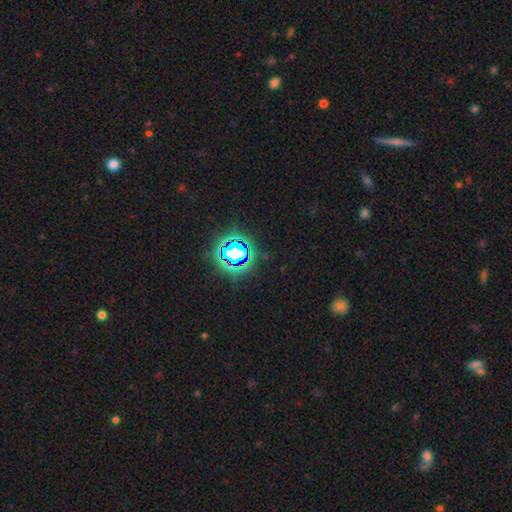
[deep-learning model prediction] The model was most divided on "smooth or featured": star or artifact: 79%, smooth: 14%, featured or disk: 7%.